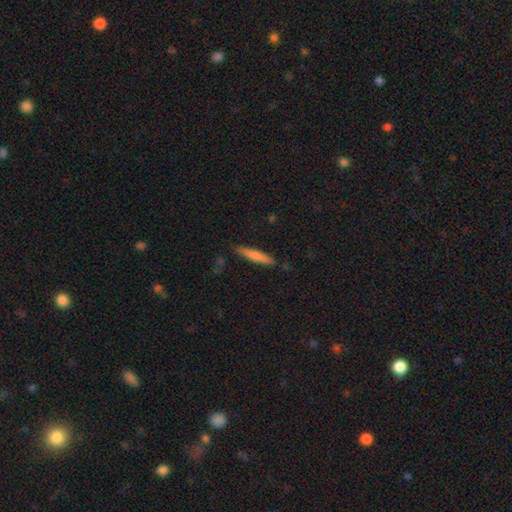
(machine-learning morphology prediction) type=smooth (71%); roundness=cigar-shaped (92%); merging=none (86%).